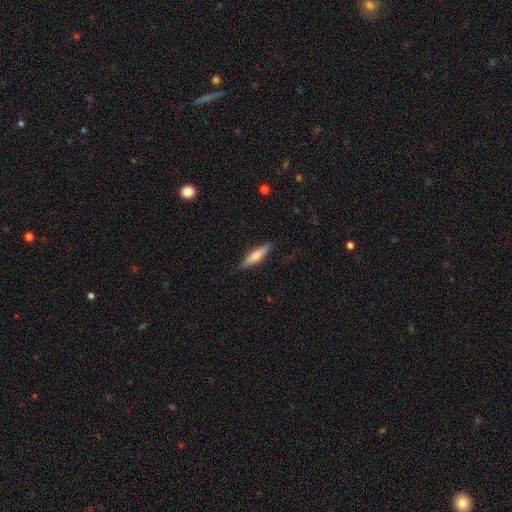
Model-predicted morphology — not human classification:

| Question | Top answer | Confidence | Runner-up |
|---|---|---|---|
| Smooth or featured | smooth | 63% | featured or disk (31%) |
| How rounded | cigar-shaped | 75% | in between (24%) |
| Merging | none | 85% | minor disturbance (11%) |